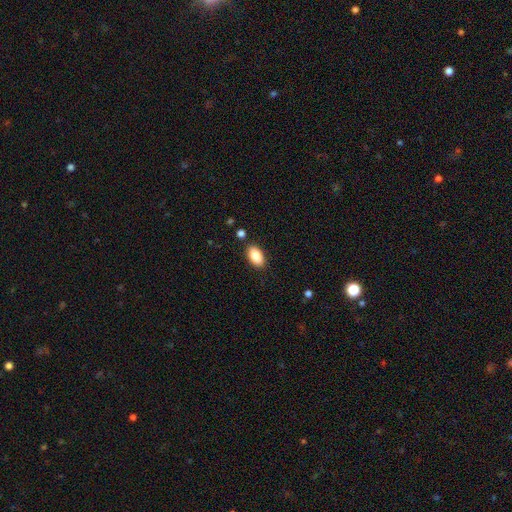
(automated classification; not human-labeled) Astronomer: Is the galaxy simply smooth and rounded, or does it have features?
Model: smooth — 88%.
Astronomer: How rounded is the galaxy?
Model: in between — 93%.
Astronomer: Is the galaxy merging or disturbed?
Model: none — 86%.